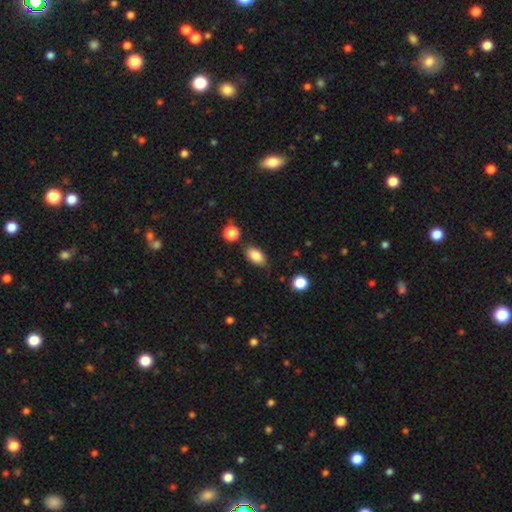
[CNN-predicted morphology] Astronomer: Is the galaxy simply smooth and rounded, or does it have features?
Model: smooth — 85%.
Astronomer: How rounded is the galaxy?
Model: in between — 91%.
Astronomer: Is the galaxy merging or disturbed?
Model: none — 80%.